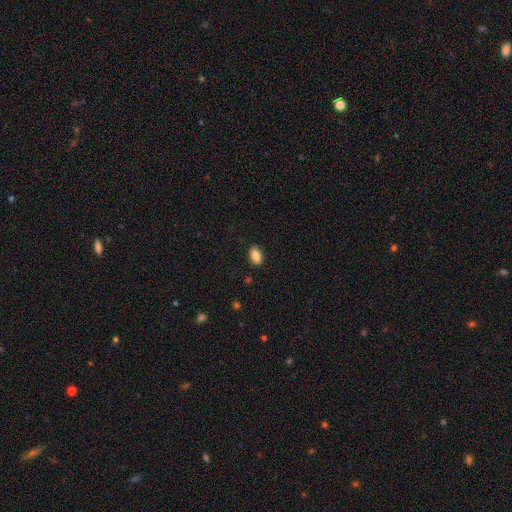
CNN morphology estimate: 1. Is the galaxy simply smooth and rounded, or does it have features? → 87% smooth, 8% star or artifact, 5% featured or disk.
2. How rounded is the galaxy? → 89% in between, 9% round, 2% cigar-shaped.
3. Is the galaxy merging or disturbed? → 89% none, 8% minor disturbance, 2% major disturbance, 1% merger.